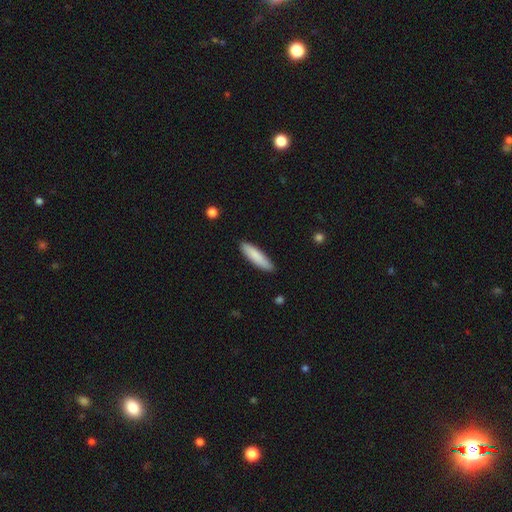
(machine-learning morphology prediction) Q: Smooth or featured?
A: smooth (85%); runner-up: featured or disk (10%)
Q: How rounded?
A: cigar-shaped (71%); runner-up: in between (27%)
Q: Merging?
A: none (88%); runner-up: minor disturbance (10%)